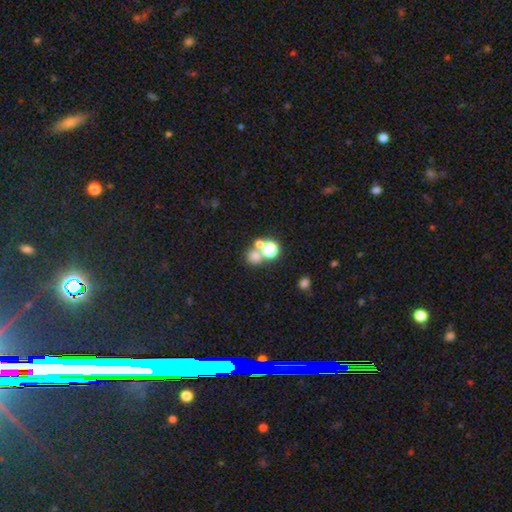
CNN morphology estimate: smooth 64%, star or artifact 26%, featured or disk 10%. Down the decision tree: how rounded — round (85%); merging — none (53%).